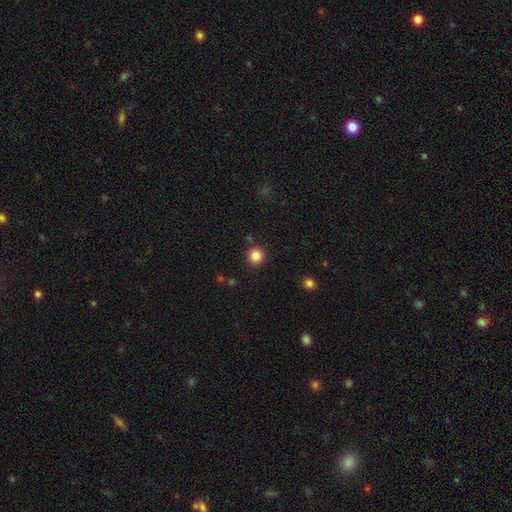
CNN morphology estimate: type=smooth (85%); roundness=round (93%); merging=none (89%).